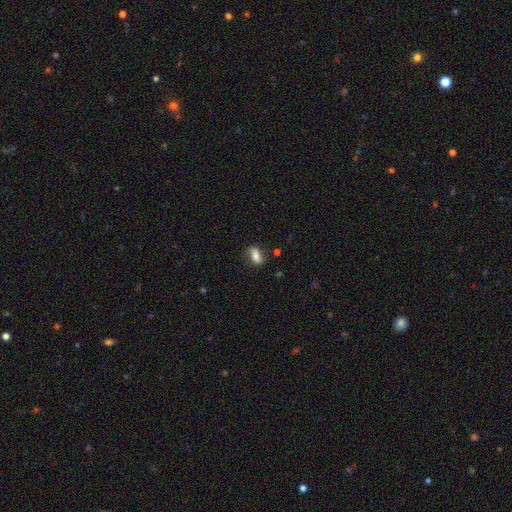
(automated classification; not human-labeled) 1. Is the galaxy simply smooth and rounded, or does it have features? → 72% smooth, 20% featured or disk, 9% star or artifact.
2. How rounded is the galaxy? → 81% in between, 11% cigar-shaped, 8% round.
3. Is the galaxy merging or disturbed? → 73% none, 19% minor disturbance, 5% major disturbance, 3% merger.